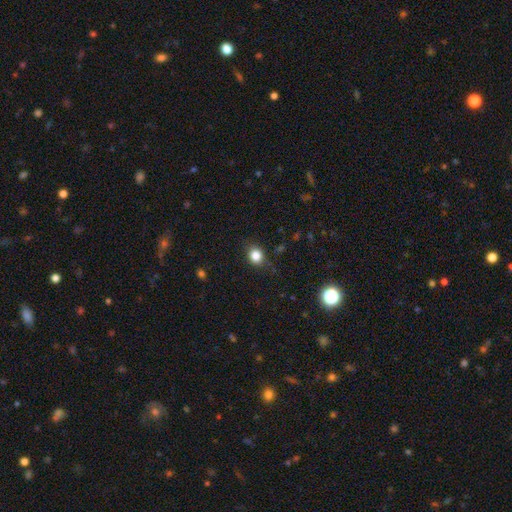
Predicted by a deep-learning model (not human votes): Smooth or featured? smooth (83%)
How rounded? round (68%)
Merging? none (85%)